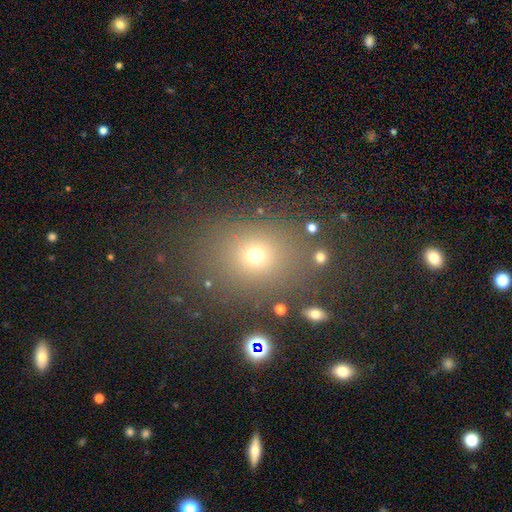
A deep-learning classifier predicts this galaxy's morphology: Overall: smooth (64%; star or artifact 25%). How rounded: round (62%; in between 37%). Merging: none (81%).